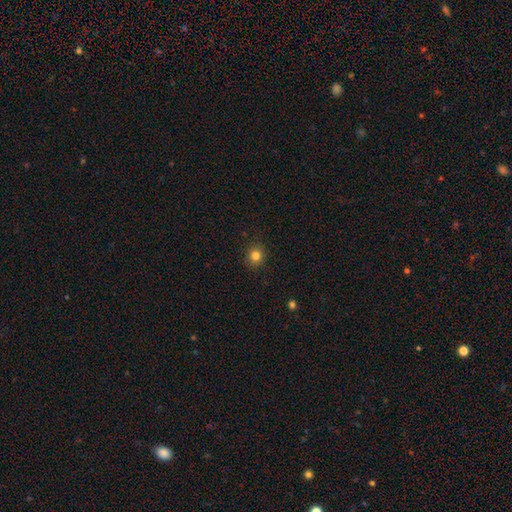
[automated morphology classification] Overall: smooth (82%). How rounded: round (85%). Merging: none (90%).